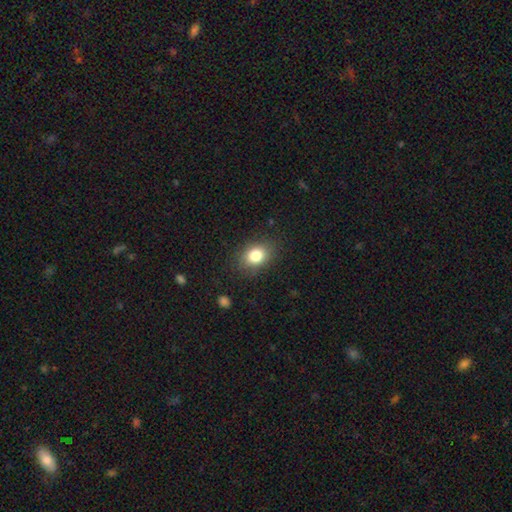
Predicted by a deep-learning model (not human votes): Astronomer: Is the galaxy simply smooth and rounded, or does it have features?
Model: smooth — 81%.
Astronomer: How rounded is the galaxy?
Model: in between — 59% (runner-up: round, 40%).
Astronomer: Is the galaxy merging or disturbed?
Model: none — 85%.